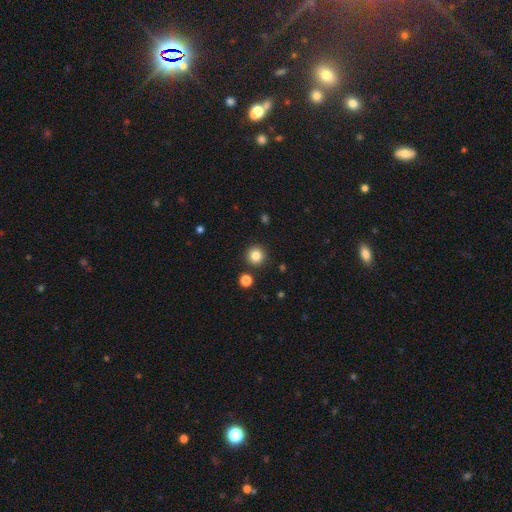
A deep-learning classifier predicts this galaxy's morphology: Smooth or featured? Predicted: smooth (p=0.84). How rounded? Predicted: round (p=0.95). Merging? Predicted: none (p=0.90).